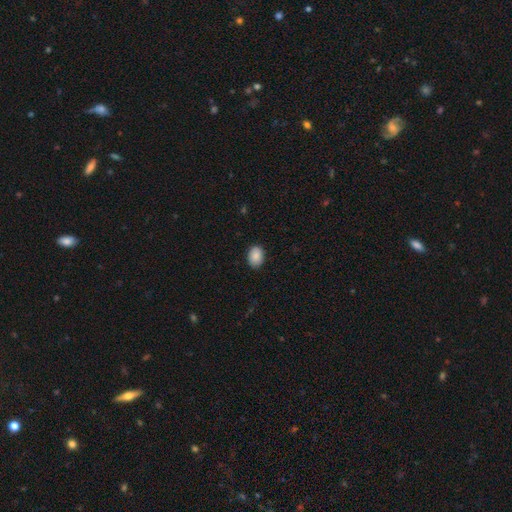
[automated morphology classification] Smooth or featured? smooth (89%)
How rounded? in between (78%)
Merging? none (88%)